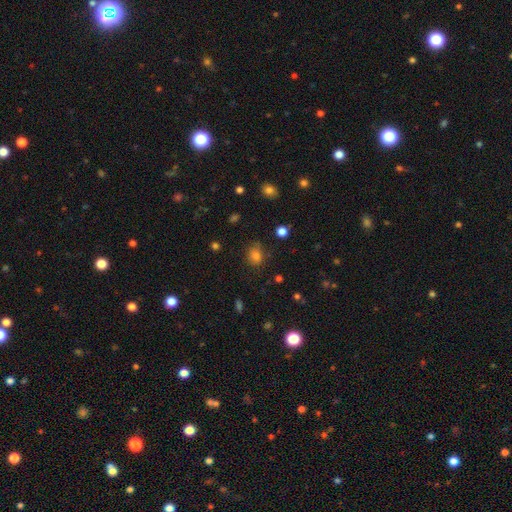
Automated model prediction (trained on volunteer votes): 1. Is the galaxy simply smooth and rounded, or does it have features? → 78% smooth, 16% star or artifact, 6% featured or disk.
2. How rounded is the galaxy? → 60% round, 39% in between, 1% cigar-shaped.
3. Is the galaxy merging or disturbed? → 72% none, 19% minor disturbance, 6% major disturbance, 3% merger.